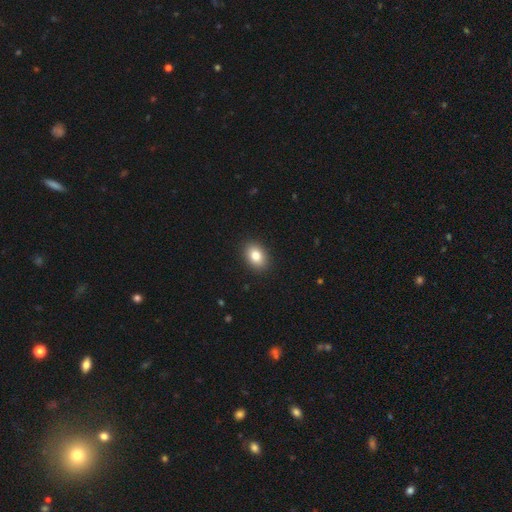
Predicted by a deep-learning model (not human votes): This appears to be a smooth galaxy with no disk features (83%) that is in between round and cigar-shaped (76%). Merging: none (90%).